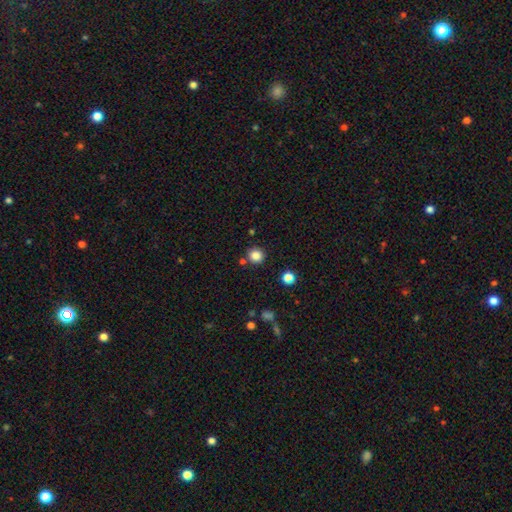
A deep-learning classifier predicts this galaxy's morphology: Q: Smooth or featured?
A: smooth (84%); runner-up: star or artifact (12%)
Q: How rounded?
A: round (92%); runner-up: in between (7%)
Q: Merging?
A: none (83%); runner-up: minor disturbance (8%)